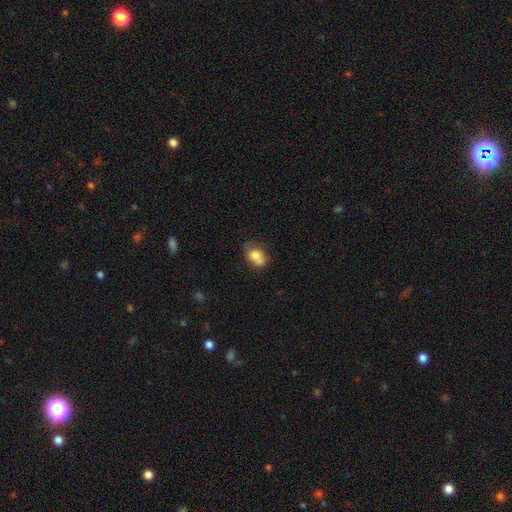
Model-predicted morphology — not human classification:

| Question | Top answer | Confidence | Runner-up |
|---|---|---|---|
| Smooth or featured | smooth | 73% | featured or disk (18%) |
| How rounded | in between | 67% | round (31%) |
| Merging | none | 35% | tied: merger (35%) |